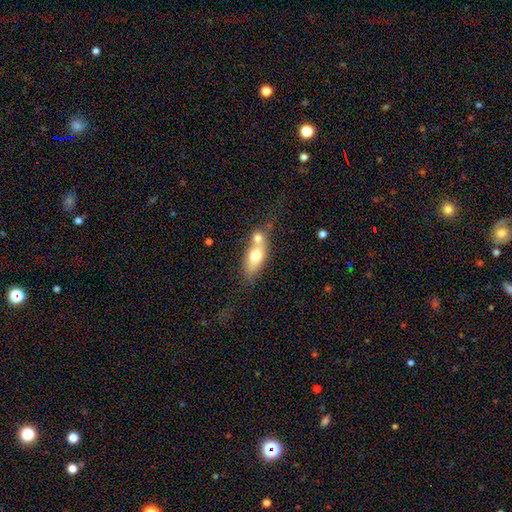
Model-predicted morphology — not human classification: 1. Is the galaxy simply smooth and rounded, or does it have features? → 65% smooth, 28% featured or disk, 7% star or artifact.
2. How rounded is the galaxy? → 73% in between, 18% cigar-shaped, 9% round.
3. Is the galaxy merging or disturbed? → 55% merger, 29% none, 11% minor disturbance, 5% major disturbance.